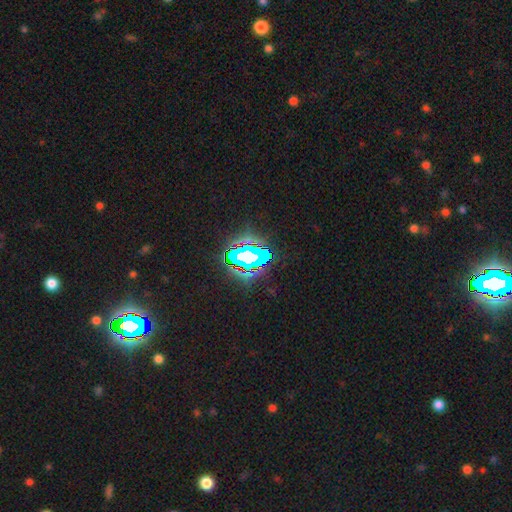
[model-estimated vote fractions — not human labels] This appears to be a star or artifact, not a galaxy (81%).